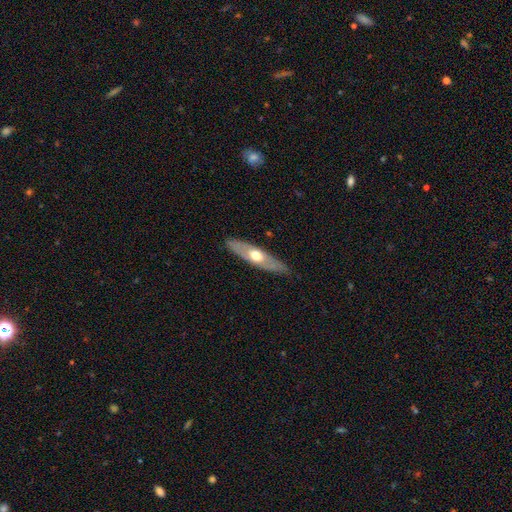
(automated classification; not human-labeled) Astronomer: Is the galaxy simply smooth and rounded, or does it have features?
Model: featured or disk — 55% (runner-up: smooth, 40%).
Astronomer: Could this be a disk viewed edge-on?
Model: yes — 58% (runner-up: no, 42%).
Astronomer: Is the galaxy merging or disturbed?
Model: none — 84%.